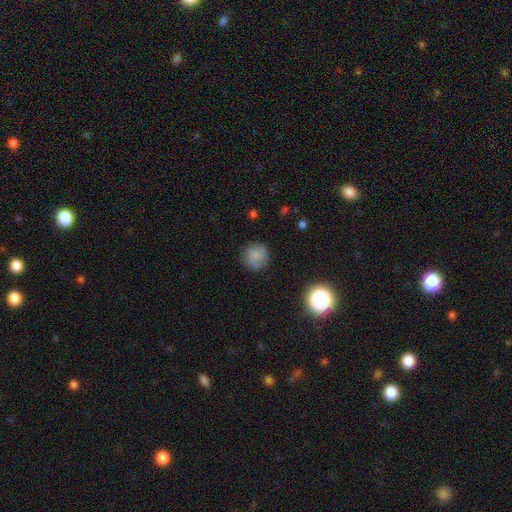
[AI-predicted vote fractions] Smooth or featured? Predicted: smooth (p=0.82). How rounded? Predicted: round (p=0.94). Merging? Predicted: none (p=0.84).